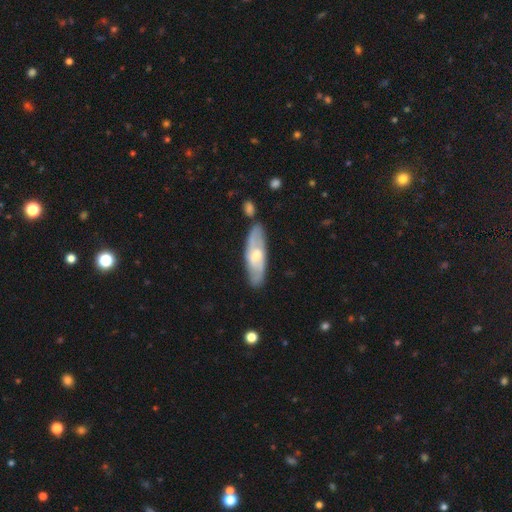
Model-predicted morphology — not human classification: Smooth or featured: featured or disk — 58% (smooth — 36%)
Edge-on disk: no — 73% (yes — 27%)
Merging: none — 79% (minor disturbance — 14%)